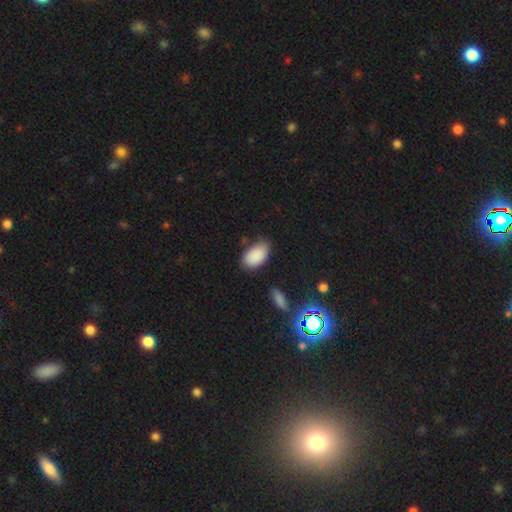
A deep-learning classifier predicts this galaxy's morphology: The model was most divided on "merging": none: 72%, minor disturbance: 21%, major disturbance: 4%, merger: 3%. More confident: how rounded — in between (93%); smooth or featured — smooth (88%).